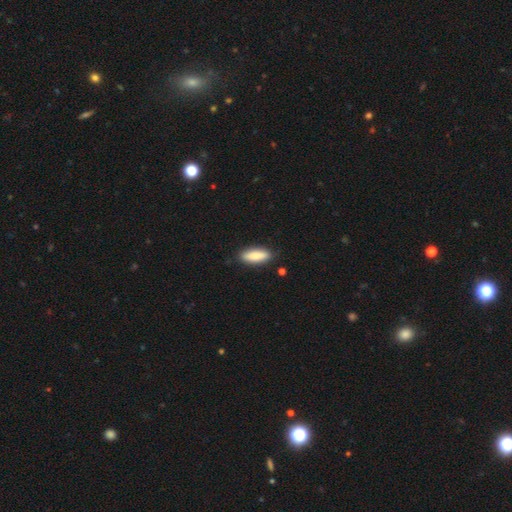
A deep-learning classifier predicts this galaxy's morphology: smooth 85%, featured or disk 9%, star or artifact 6%. Down the decision tree: how rounded — in between (61%); merging — none (86%).